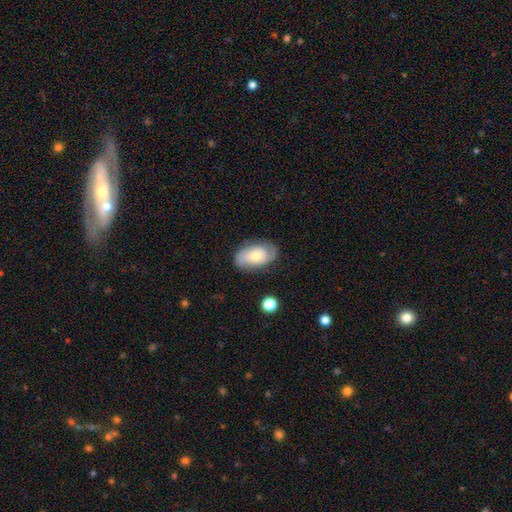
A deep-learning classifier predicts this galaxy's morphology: smooth-or-featured: featured or disk: 55% | smooth: 38% | star or artifact: 8%
  disk-edge-on: no: 94% | yes: 6%
    bar: no: 72% | weak: 23% | strong: 5%
    has-spiral-arms: yes: 83% | no: 17%
    bulge-size: moderate: 55% | small: 36% | large: 6% | none: 2% | dominant: 1%
  merging: none: 76% | minor disturbance: 17% | major disturbance: 5% | merger: 2%